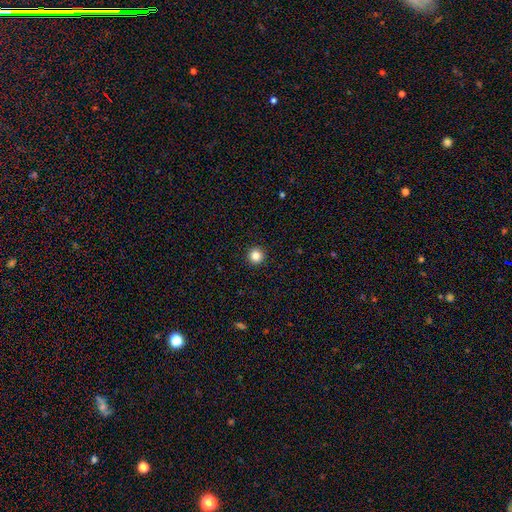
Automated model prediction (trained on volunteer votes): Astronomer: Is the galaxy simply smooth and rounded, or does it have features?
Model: smooth — 84%.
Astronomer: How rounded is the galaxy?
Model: round — 96%.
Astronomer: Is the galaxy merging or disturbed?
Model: none — 94%.